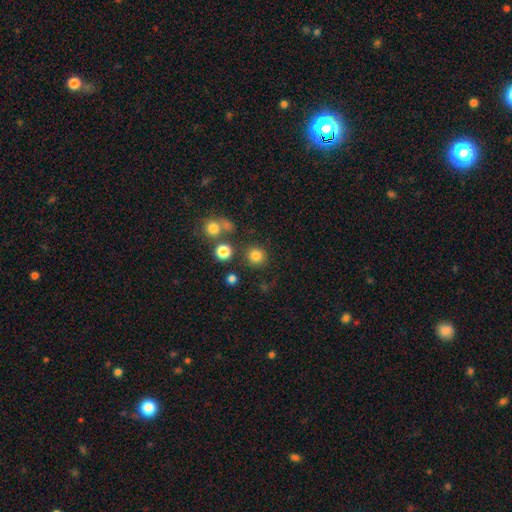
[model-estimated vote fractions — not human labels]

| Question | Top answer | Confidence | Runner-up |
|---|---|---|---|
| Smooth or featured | smooth | 81% | star or artifact (14%) |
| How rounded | round | 91% | in between (8%) |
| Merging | none | 83% | minor disturbance (7%) |